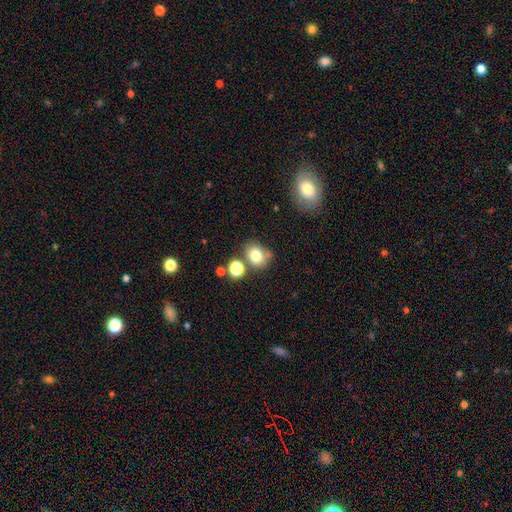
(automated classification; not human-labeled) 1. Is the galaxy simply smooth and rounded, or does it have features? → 77% smooth, 12% star or artifact, 10% featured or disk.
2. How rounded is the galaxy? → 57% round, 42% in between, 1% cigar-shaped.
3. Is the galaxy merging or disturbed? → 63% none, 16% minor disturbance, 16% merger, 5% major disturbance.